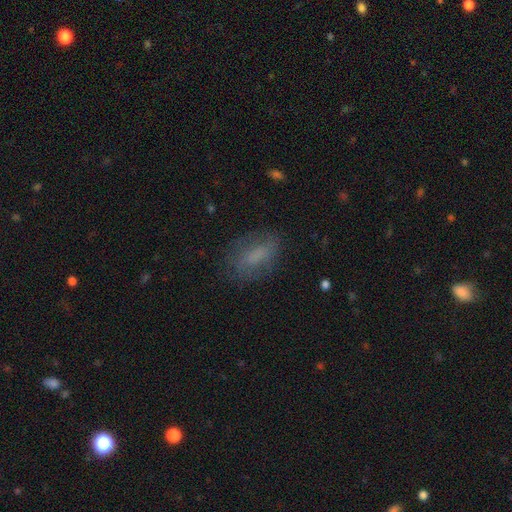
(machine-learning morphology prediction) smooth_or_featured: smooth (p=0.67) [alt: featured or disk p=0.22]
how_rounded: in between (p=0.80) [alt: cigar-shaped p=0.12]
merging: none (p=0.71) [alt: minor disturbance p=0.18]